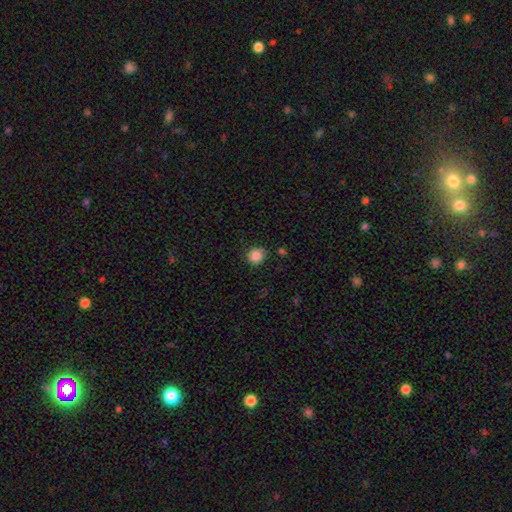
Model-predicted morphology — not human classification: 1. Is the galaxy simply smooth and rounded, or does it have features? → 87% smooth, 10% star or artifact, 3% featured or disk.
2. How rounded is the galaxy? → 86% round, 13% in between, 1% cigar-shaped.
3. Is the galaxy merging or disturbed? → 84% none, 11% minor disturbance, 3% major disturbance, 2% merger.